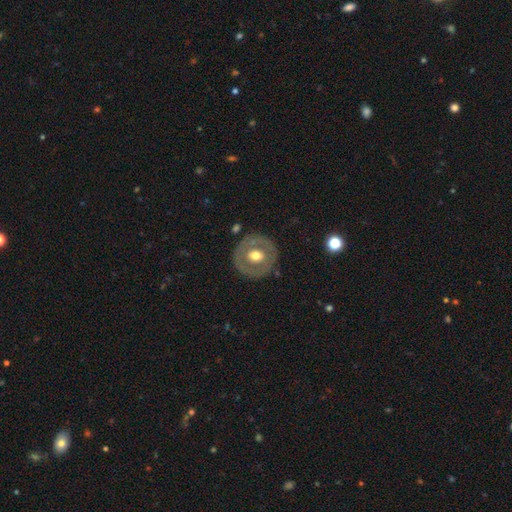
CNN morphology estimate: Q: Smooth or featured?
A: featured or disk (49%); runner-up: smooth (45%)
Q: Merging?
A: none (83%); runner-up: minor disturbance (10%)